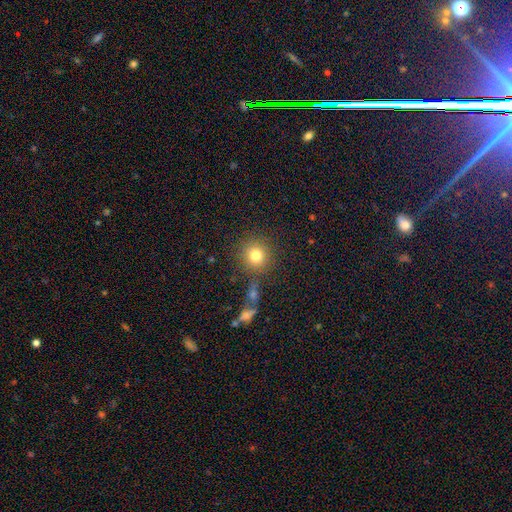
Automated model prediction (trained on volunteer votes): A smooth galaxy with no disk features (79%) that is round (93%). Merging: none (83%).